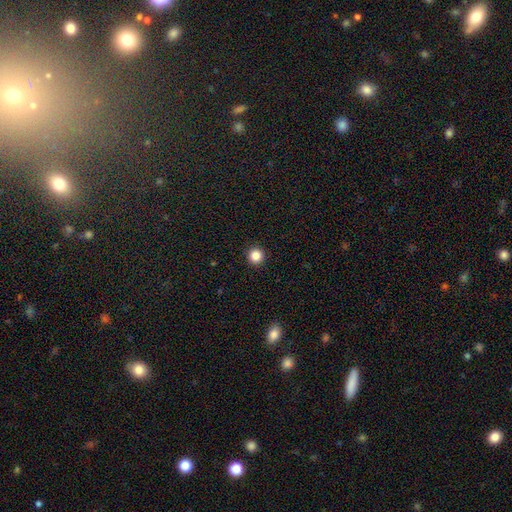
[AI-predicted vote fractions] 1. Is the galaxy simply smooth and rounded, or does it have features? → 85% smooth, 11% star or artifact, 3% featured or disk.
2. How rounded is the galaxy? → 96% round, 3% in between, 1% cigar-shaped.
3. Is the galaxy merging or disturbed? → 94% none, 4% minor disturbance, 1% major disturbance, 1% merger.